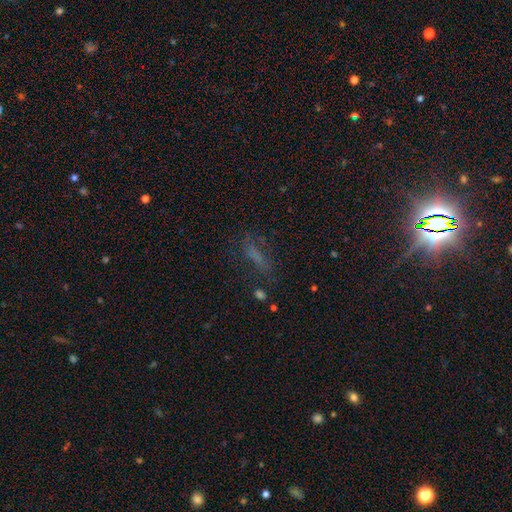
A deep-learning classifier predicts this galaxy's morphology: smooth-or-featured: smooth: 47% | star or artifact: 27% | featured or disk: 27%
  merging: none: 56% | minor disturbance: 21% | major disturbance: 19% | merger: 4%